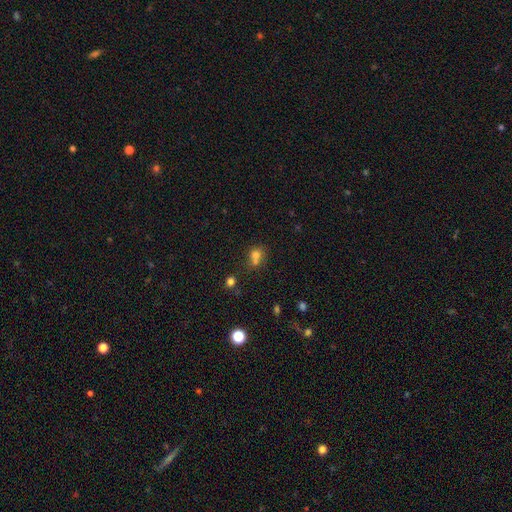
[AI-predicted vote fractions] A smooth galaxy with no disk features (70%) that is round (71%). Merging: merger (52%).